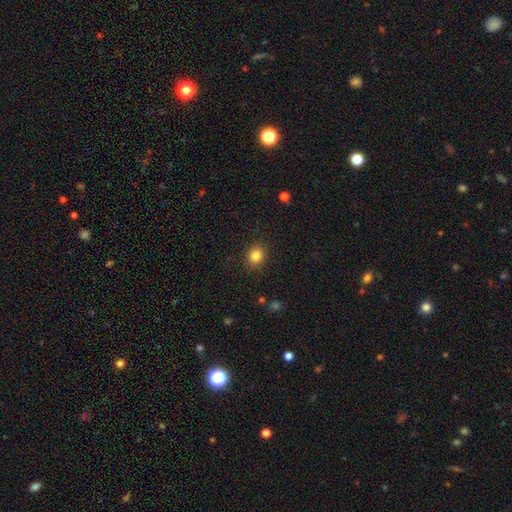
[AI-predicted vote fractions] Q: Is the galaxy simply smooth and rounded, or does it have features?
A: smooth — 83%.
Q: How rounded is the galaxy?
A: round — 69%.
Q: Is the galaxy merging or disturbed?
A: none — 88%.